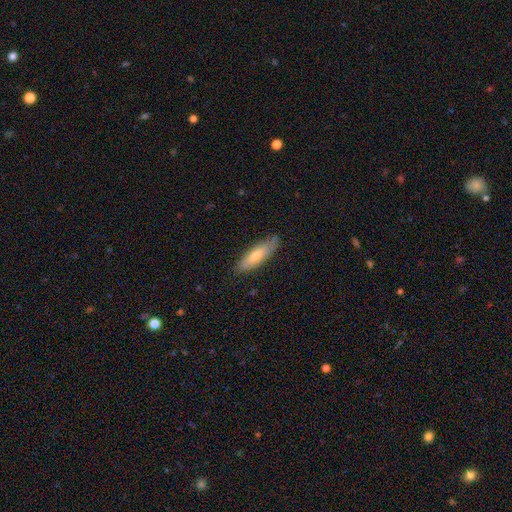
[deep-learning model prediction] smooth_or_featured: smooth (p=0.67) [alt: featured or disk p=0.27]
how_rounded: cigar-shaped (p=0.58) [alt: in between p=0.40]
merging: none (p=0.80) [alt: minor disturbance p=0.17]